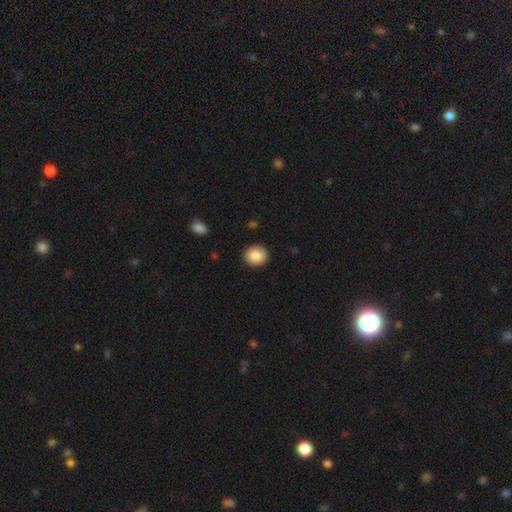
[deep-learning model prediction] Morphology: type=smooth (87%); roundness=round (79%); merging=none (91%).